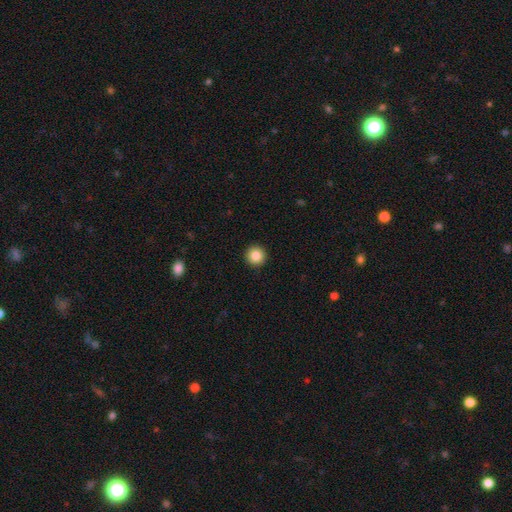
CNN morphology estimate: type=smooth (86%); roundness=round (96%); merging=none (93%).